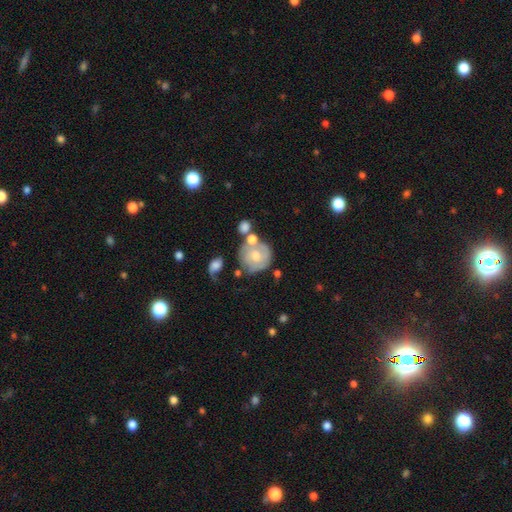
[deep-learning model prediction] A featured or disk galaxy (50%).

Vote fractions:
- Smooth or featured? featured or disk: 50% / smooth: 43% / star or artifact: 7%
- Merging? none: 47% / merger: 21% / minor disturbance: 20% / major disturbance: 11%